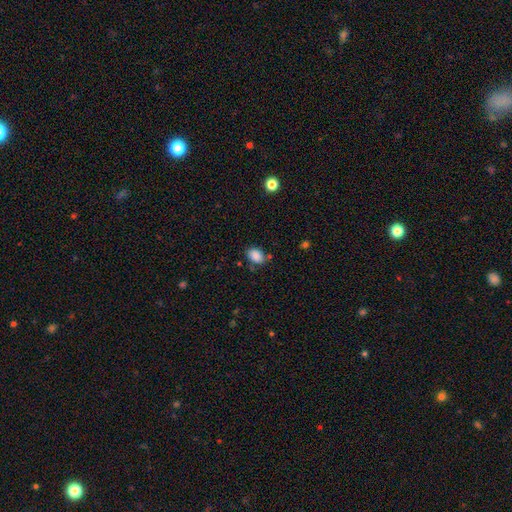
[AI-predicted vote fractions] The model was most divided on "how rounded": in between: 77%, round: 22%, cigar-shaped: 1%. More confident: smooth or featured — smooth (87%); merging — none (75%).